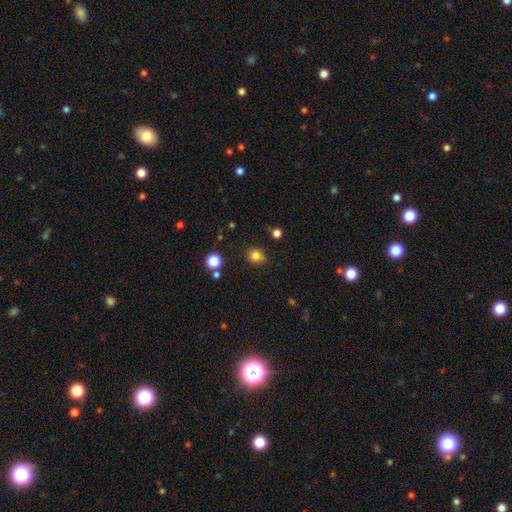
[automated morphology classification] The model was most divided on "how rounded": round: 79%, in between: 20%, cigar-shaped: 1%. More confident: smooth or featured — smooth (82%); merging — none (78%).